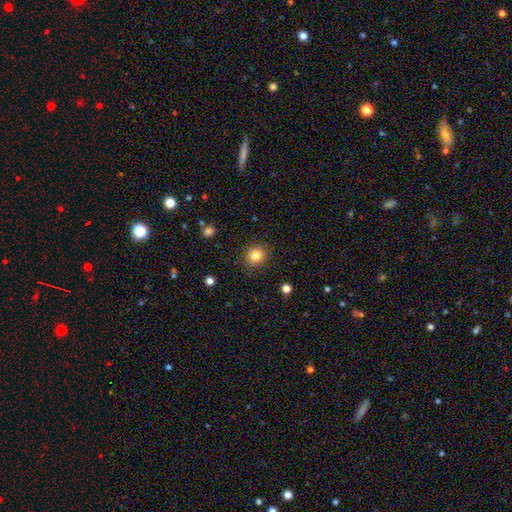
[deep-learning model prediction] Morphology: type=smooth (83%); roundness=round (78%); merging=none (87%).